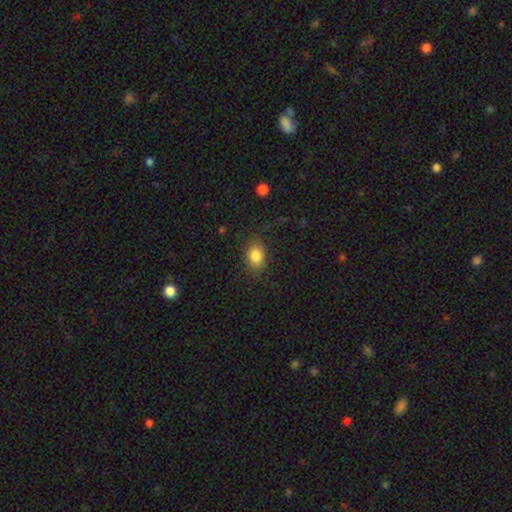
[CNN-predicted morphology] A smooth galaxy with no disk features (83%) that is in between round and cigar-shaped (60%).

Vote fractions:
- Smooth or featured? smooth: 83% / star or artifact: 10% / featured or disk: 7%
- How rounded? in between: 60% / round: 38% / cigar-shaped: 1%
- Merging? none: 80% / minor disturbance: 14% / major disturbance: 5% / merger: 1%